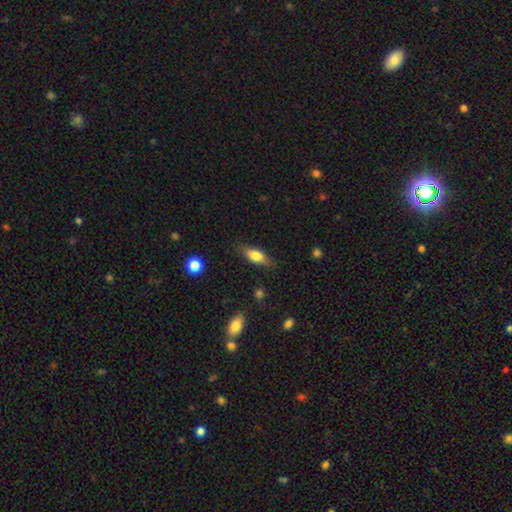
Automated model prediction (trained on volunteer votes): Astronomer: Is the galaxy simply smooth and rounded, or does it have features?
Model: smooth — 72%.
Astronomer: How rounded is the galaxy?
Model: in between — 72%.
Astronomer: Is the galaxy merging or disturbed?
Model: none — 79%.